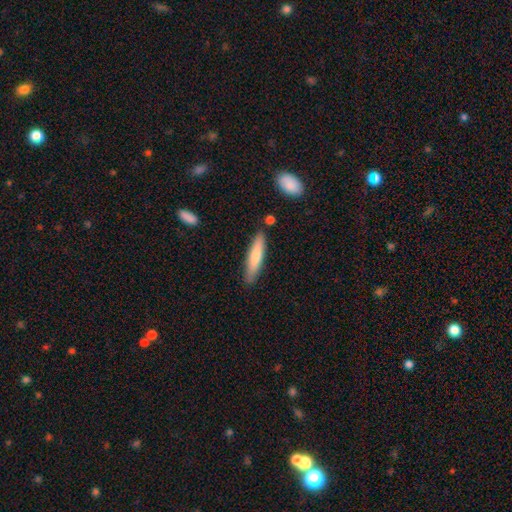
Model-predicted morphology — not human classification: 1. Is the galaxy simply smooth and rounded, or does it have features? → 74% smooth, 21% featured or disk, 5% star or artifact.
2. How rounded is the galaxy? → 84% cigar-shaped, 14% in between, 1% round.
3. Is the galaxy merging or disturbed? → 84% none, 11% minor disturbance, 3% merger, 2% major disturbance.